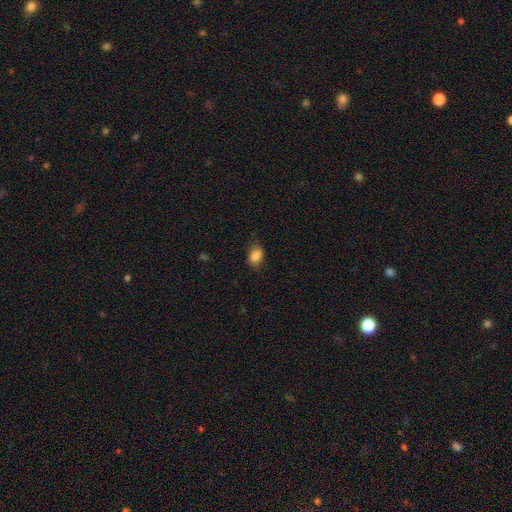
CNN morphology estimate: Q: Smooth or featured?
A: smooth (84%); runner-up: star or artifact (9%)
Q: How rounded?
A: in between (77%); runner-up: round (22%)
Q: Merging?
A: none (70%); runner-up: minor disturbance (23%)